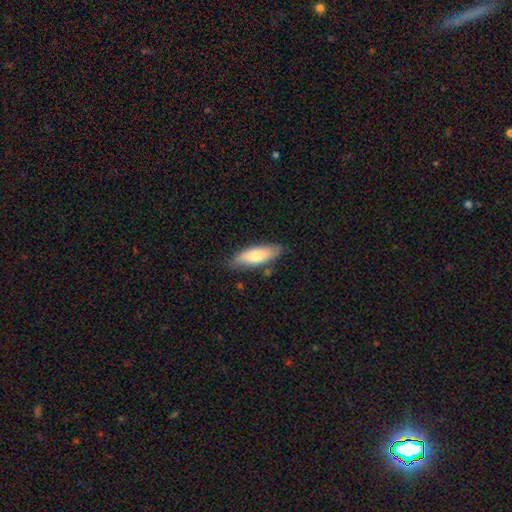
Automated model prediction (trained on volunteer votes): Morphology: type=smooth (72%); roundness=in between (57%); merging=none (80%).